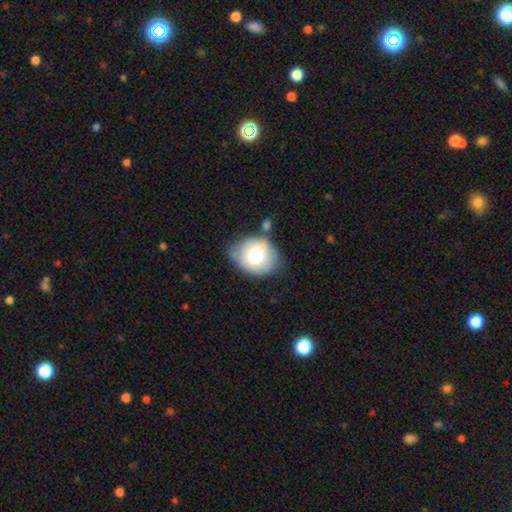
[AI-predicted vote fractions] This appears to be a smooth galaxy with no disk features (71%) that is round (59%). Merging: none (58%).